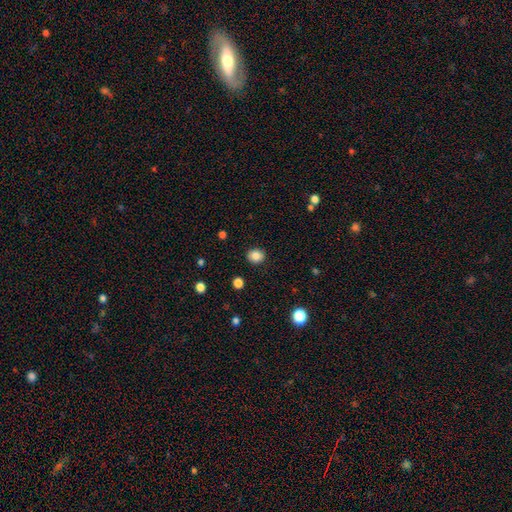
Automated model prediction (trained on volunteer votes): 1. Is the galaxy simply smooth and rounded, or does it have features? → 84% smooth, 10% star or artifact, 5% featured or disk.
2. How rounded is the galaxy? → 68% round, 31% in between, 1% cigar-shaped.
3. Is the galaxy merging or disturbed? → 89% none, 8% minor disturbance, 2% major disturbance, 1% merger.